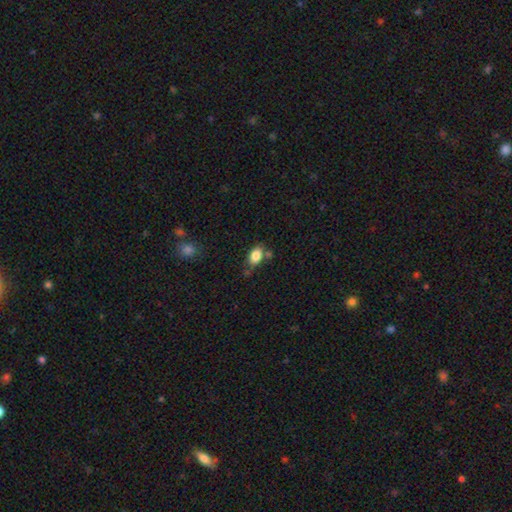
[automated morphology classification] Q: Smooth or featured?
A: smooth (83%); runner-up: featured or disk (8%)
Q: How rounded?
A: in between (86%); runner-up: round (11%)
Q: Merging?
A: none (66%); runner-up: minor disturbance (17%)